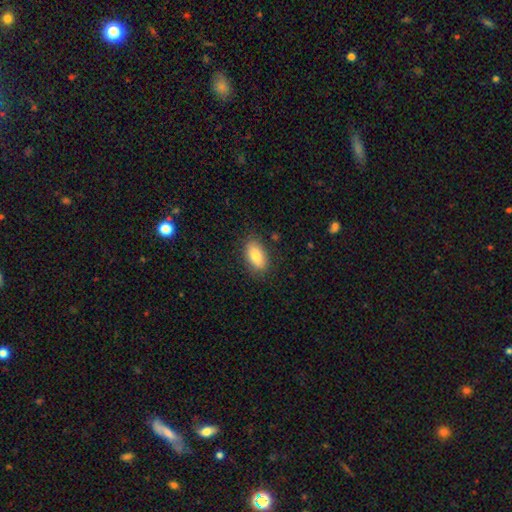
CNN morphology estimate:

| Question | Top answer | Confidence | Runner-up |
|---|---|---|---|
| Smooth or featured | smooth | 83% | featured or disk (10%) |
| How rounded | in between | 91% | cigar-shaped (5%) |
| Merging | none | 84% | minor disturbance (12%) |